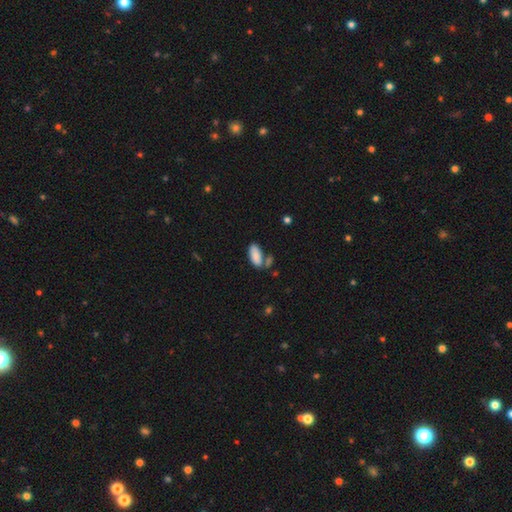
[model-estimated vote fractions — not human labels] A smooth galaxy with no disk features (85%) that is in between round and cigar-shaped (90%). Merging: none (55%).